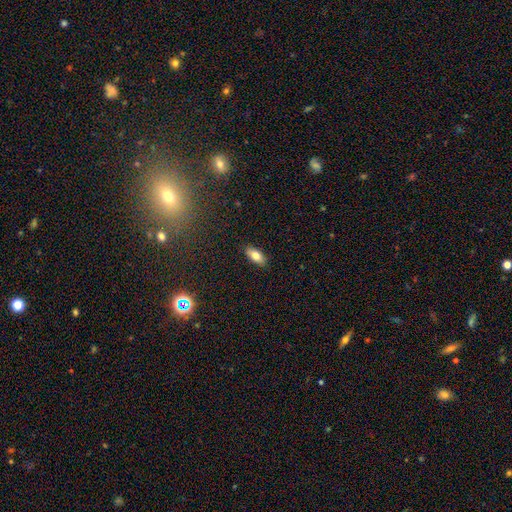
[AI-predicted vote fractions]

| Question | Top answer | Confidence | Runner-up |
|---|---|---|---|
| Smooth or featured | smooth | 78% | featured or disk (15%) |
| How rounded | in between | 84% | cigar-shaped (13%) |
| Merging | none | 89% | minor disturbance (9%) |